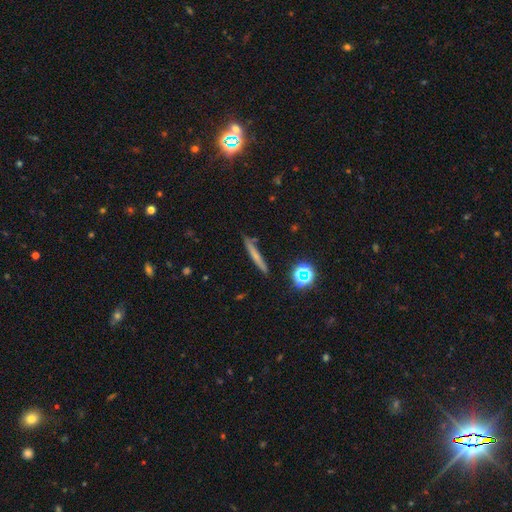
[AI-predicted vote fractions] Morphology: type=smooth (57%); roundness=cigar-shaped (93%); merging=none (85%).